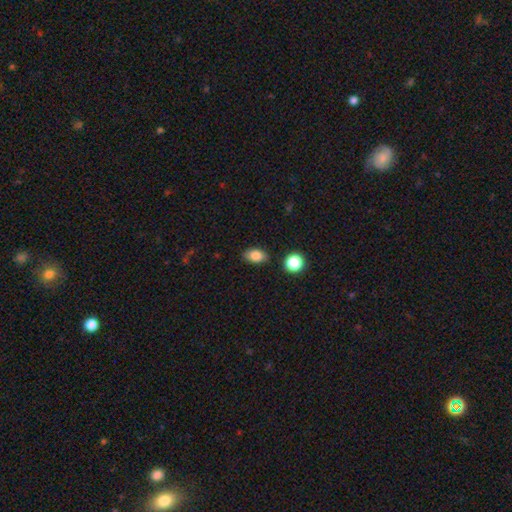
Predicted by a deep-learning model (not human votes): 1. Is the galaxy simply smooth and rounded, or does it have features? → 83% smooth, 9% star or artifact, 8% featured or disk.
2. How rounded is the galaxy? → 87% in between, 11% round, 3% cigar-shaped.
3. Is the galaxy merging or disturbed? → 85% none, 10% minor disturbance, 3% merger, 2% major disturbance.